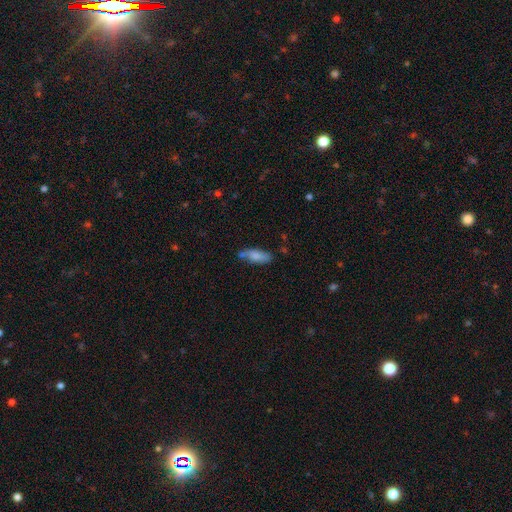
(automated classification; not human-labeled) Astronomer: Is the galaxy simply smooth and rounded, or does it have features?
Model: smooth — 78%.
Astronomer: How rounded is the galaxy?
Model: in between — 66%.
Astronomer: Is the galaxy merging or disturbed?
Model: none — 61%.